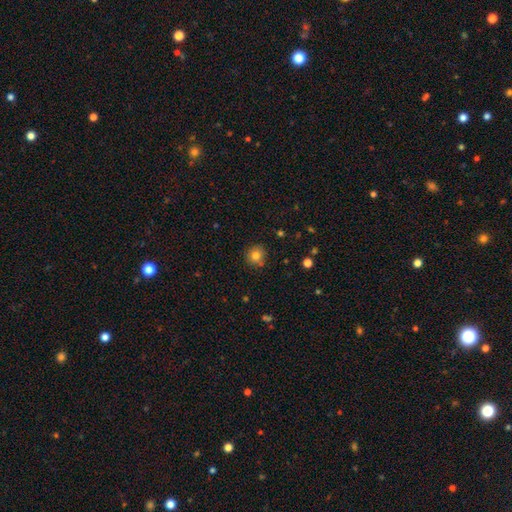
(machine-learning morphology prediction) type=smooth (80%); roundness=round (90%); merging=none (84%).